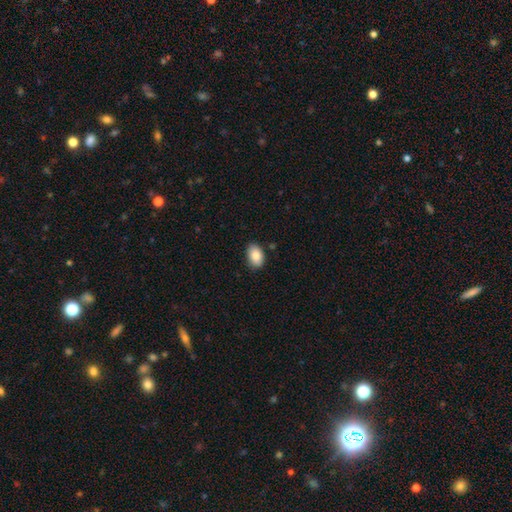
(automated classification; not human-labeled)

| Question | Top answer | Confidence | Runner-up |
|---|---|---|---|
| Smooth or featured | smooth | 86% | featured or disk (7%) |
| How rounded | in between | 89% | round (9%) |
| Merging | none | 85% | minor disturbance (12%) |